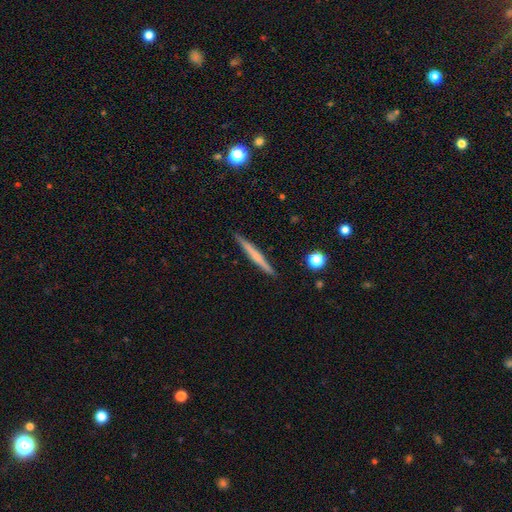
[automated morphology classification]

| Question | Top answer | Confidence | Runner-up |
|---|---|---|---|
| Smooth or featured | smooth | 50% | featured or disk (44%) |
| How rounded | cigar-shaped | 96% | in between (2%) |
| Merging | none | 91% | minor disturbance (6%) |